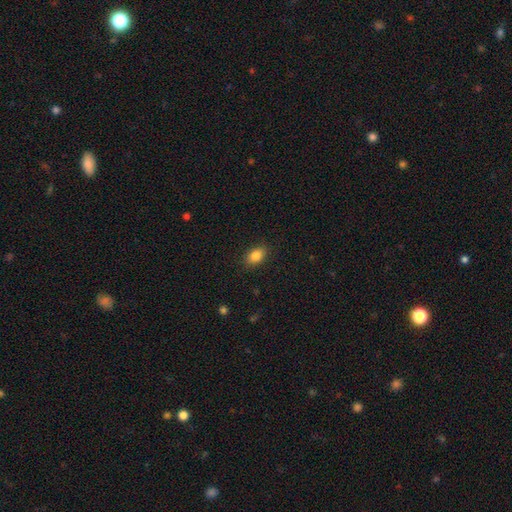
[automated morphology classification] type=smooth (85%); roundness=in between (83%); merging=none (87%).